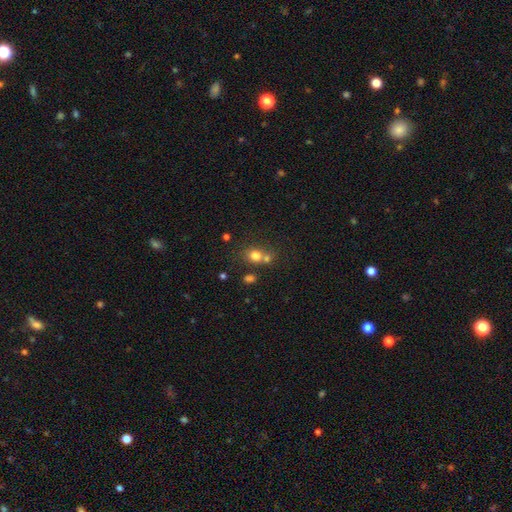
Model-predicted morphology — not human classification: smooth-or-featured: smooth: 75% | star or artifact: 15% | featured or disk: 10%
  how-rounded: round: 75% | in between: 24% | cigar-shaped: 1%
  merging: none: 49% | merger: 38% | minor disturbance: 9% | major disturbance: 4%